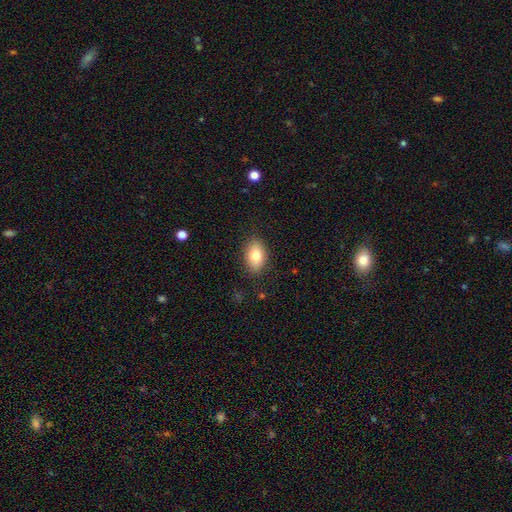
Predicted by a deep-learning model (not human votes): Morphology: type=smooth (79%); roundness=in between (88%); merging=none (85%).